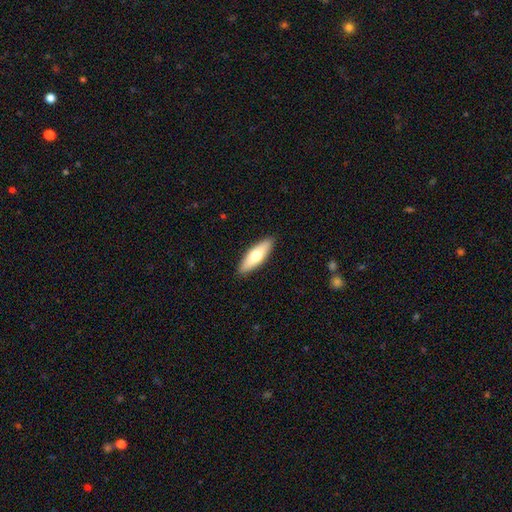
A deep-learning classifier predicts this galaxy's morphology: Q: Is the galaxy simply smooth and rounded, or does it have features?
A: smooth — 66%.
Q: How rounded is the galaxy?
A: in between — 52%.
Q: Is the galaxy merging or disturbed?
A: none — 90%.